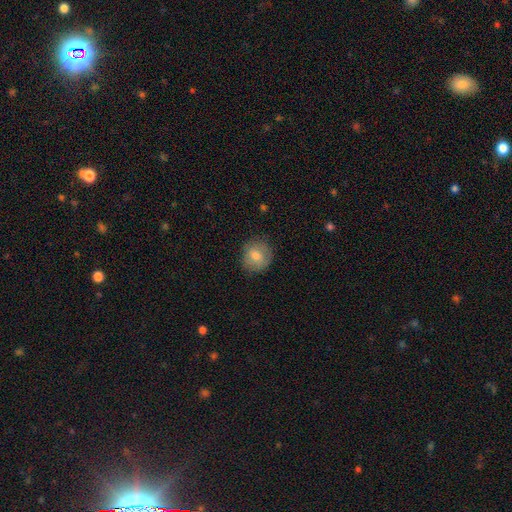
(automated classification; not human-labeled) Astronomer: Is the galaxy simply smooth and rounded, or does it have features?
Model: smooth — 74%.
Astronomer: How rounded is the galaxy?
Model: round — 86%.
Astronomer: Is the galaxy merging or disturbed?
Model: none — 82%.